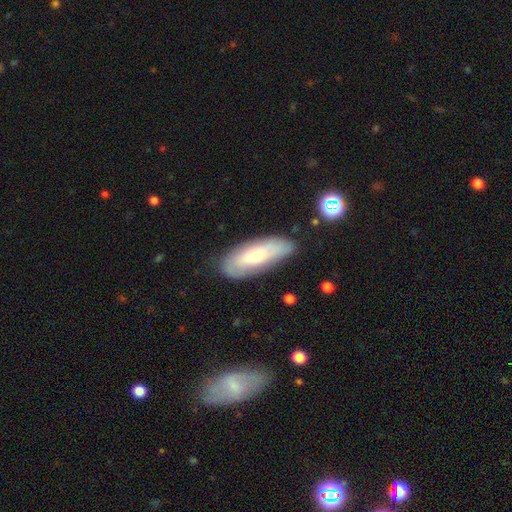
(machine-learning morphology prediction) This is possibly a smooth galaxy (57%). How rounded: likely in between (71%). Merging: likely none (75%).